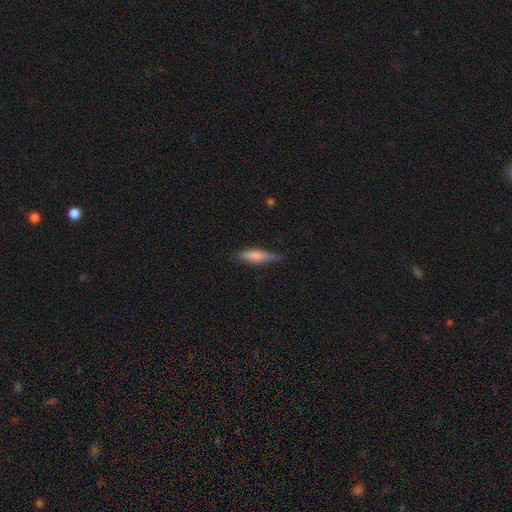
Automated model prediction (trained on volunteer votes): This is likely a smooth galaxy (72%). How rounded: likely cigar-shaped (67%). Merging: likely none (74%).